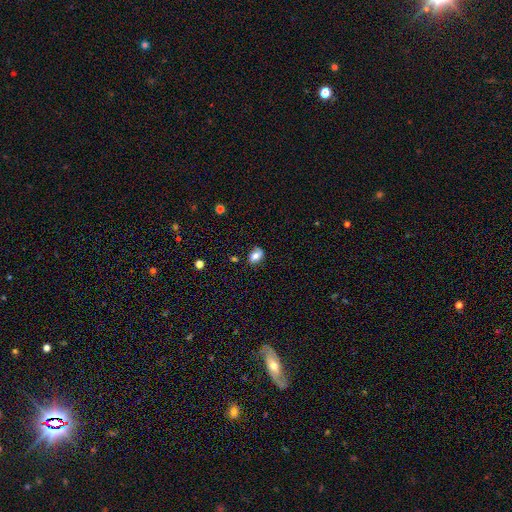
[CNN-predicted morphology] A smooth galaxy with no disk features (75%) that is in between round and cigar-shaped (76%). Merging: none (66%).